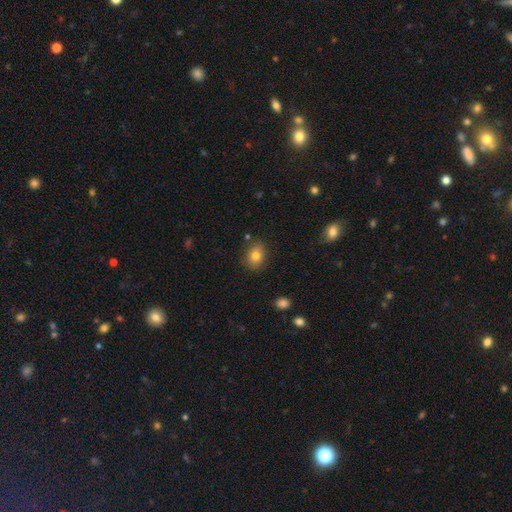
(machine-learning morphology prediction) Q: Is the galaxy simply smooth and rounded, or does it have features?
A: smooth — 80%.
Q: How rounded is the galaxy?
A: in between — 51%.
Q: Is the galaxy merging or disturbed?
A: none — 85%.